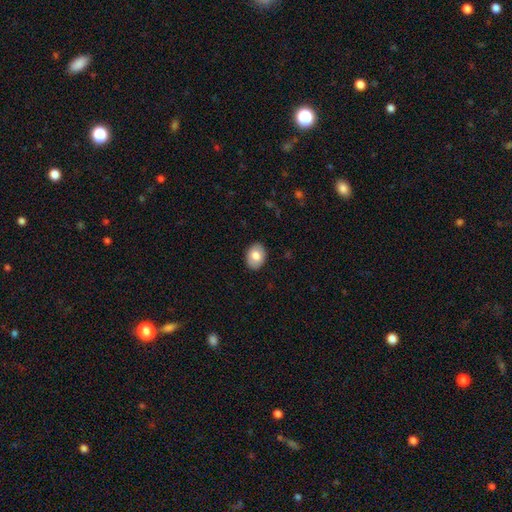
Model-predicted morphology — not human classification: The model was most divided on "how rounded": in between: 68%, round: 31%, cigar-shaped: 1%. More confident: merging — none (89%); smooth or featured — smooth (78%).